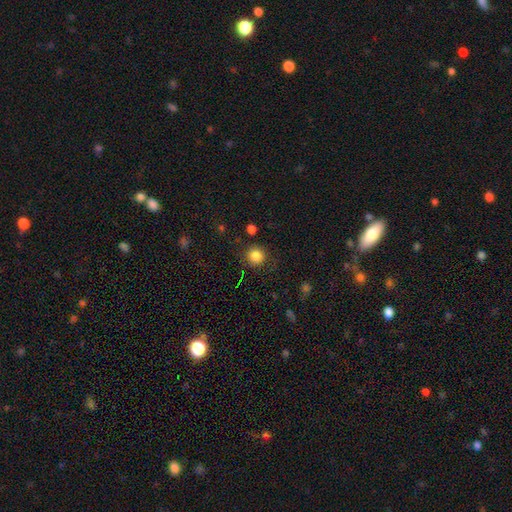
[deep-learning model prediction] Smooth or featured?
  - smooth: 84% *
  - star or artifact: 11%
  - featured or disk: 5%
How rounded?
  - round: 92% *
  - in between: 7%
  - cigar-shaped: 1%
Merging?
  - none: 86% *
  - minor disturbance: 9%
  - major disturbance: 3%
  - merger: 2%